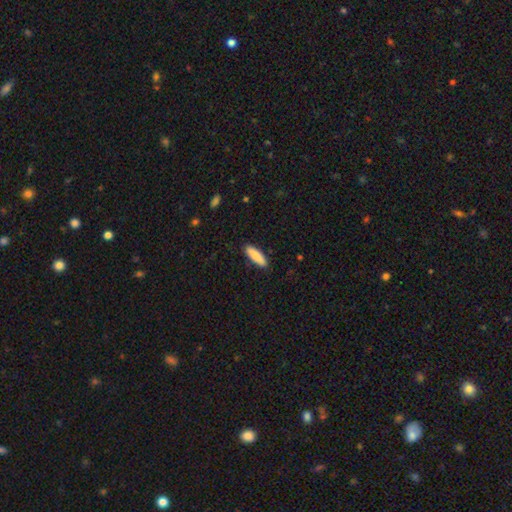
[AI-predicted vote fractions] Smooth or featured? Predicted: smooth (p=0.86). How rounded? Predicted: cigar-shaped (p=0.53). Merging? Predicted: none (p=0.88).